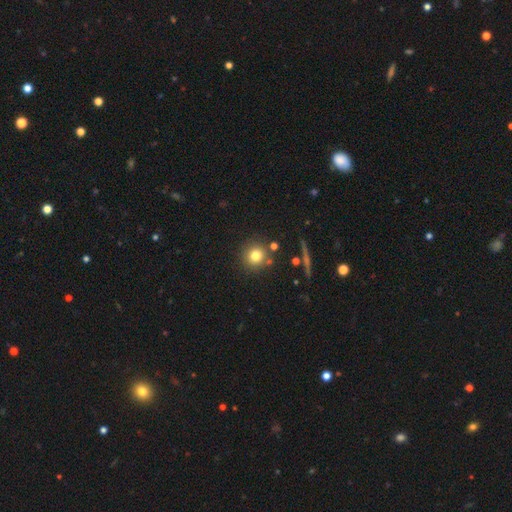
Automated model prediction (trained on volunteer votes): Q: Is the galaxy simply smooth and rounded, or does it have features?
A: smooth — 78%.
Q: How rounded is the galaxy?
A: round — 92%.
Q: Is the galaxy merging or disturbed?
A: none — 81%.